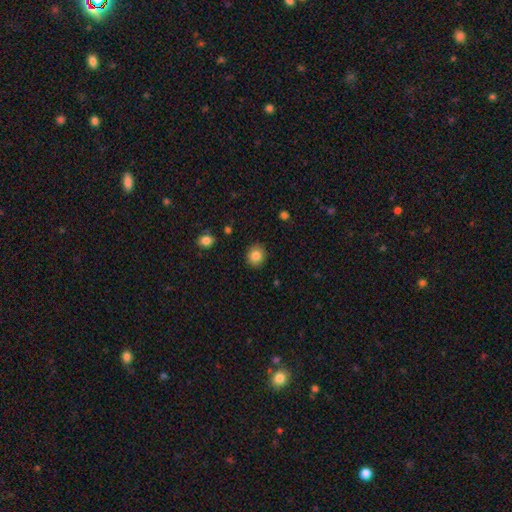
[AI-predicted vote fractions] smooth_or_featured: smooth (p=0.84) [alt: star or artifact p=0.10]
how_rounded: round (p=0.82) [alt: in between p=0.17]
merging: none (p=0.89) [alt: minor disturbance p=0.07]